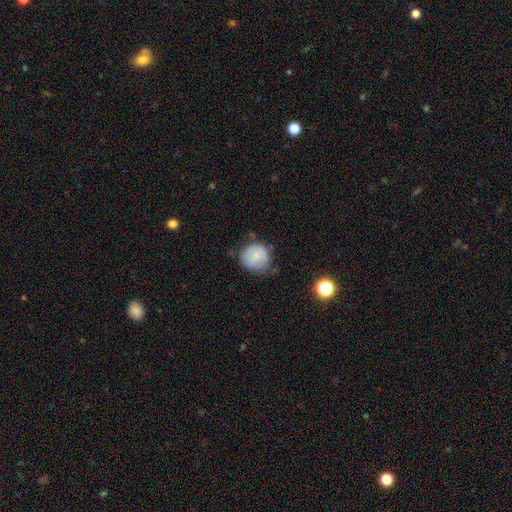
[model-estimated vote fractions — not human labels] smooth-or-featured: smooth: 72% | featured or disk: 20% | star or artifact: 8%
  how-rounded: round: 87% | in between: 12% | cigar-shaped: 1%
  merging: none: 60% | minor disturbance: 29% | major disturbance: 8% | merger: 3%